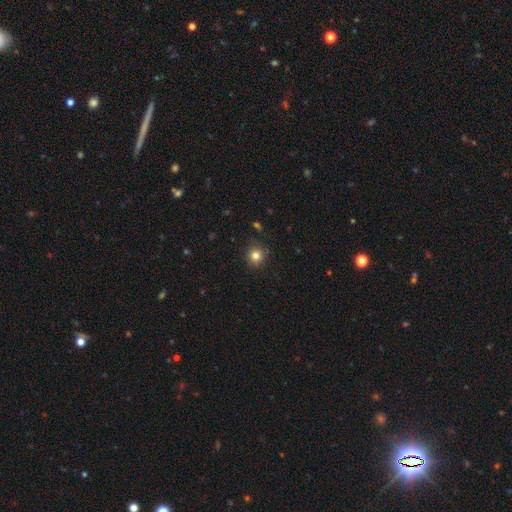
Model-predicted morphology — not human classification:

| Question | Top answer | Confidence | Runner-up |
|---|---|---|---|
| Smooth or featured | smooth | 81% | star or artifact (13%) |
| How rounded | round | 92% | in between (7%) |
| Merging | none | 89% | minor disturbance (8%) |